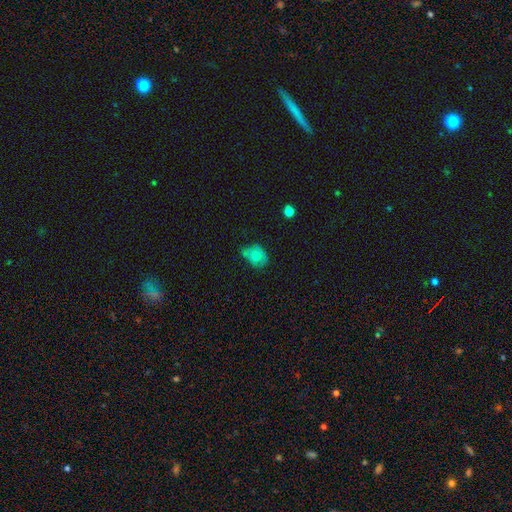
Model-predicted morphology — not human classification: Smooth or featured?
  - smooth: 69% *
  - featured or disk: 21%
  - star or artifact: 9%
How rounded?
  - in between: 61% *
  - round: 38%
  - cigar-shaped: 1%
Merging?
  - none: 43% *
  - minor disturbance: 38%
  - major disturbance: 11%
  - merger: 7%